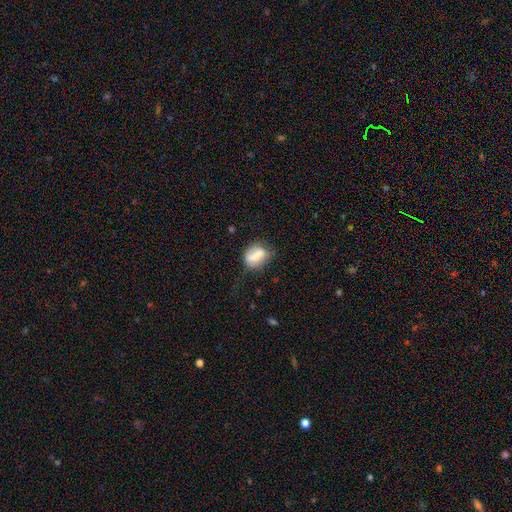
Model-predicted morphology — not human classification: Smooth or featured: smooth — 68% (featured or disk — 23%)
How rounded: in between — 65% (round — 28%)
Merging: none — 56% (minor disturbance — 27%)